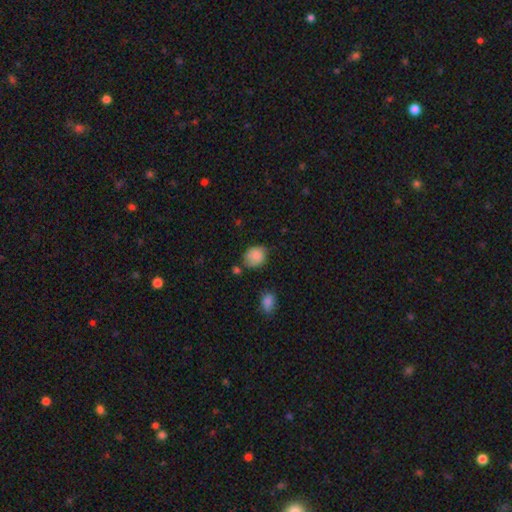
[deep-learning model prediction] A smooth galaxy with no disk features (82%) that is round (58%). Merging: none (60%).